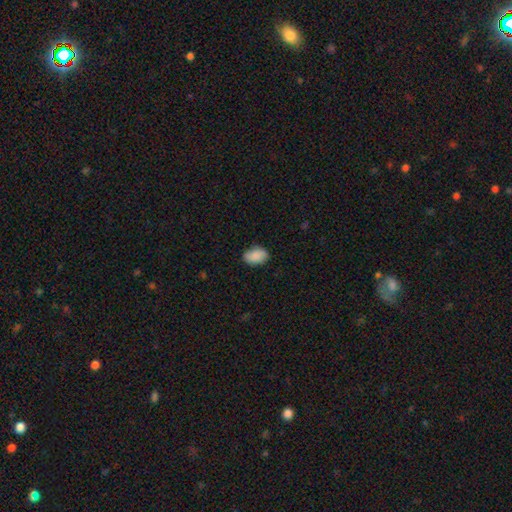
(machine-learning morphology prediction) A smooth galaxy with no disk features (89%) that is in between round and cigar-shaped (89%). Merging: none (82%).